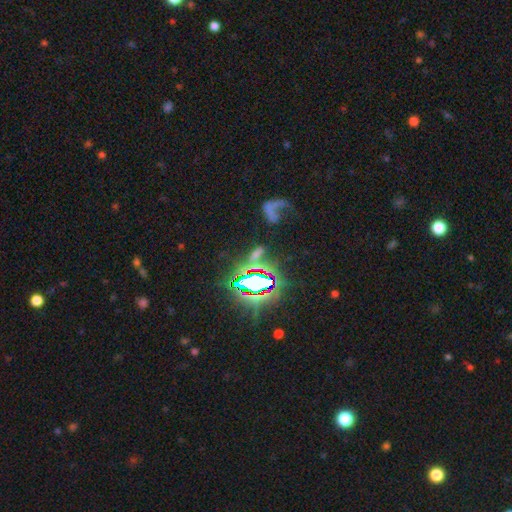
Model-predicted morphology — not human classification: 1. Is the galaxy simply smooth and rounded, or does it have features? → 58% star or artifact, 23% smooth, 19% featured or disk.